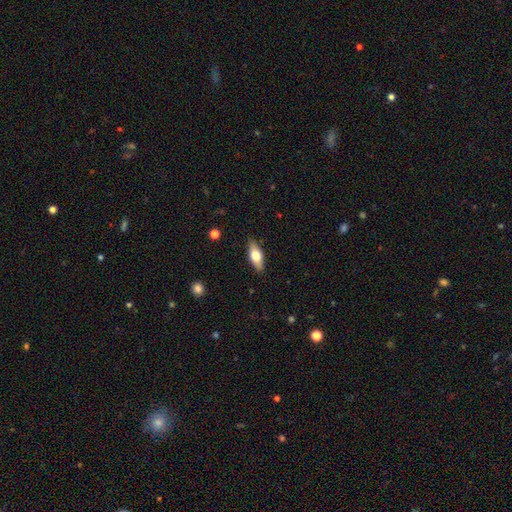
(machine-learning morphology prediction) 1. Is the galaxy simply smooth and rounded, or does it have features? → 59% smooth, 35% featured or disk, 6% star or artifact.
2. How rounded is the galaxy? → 73% in between, 24% cigar-shaped, 3% round.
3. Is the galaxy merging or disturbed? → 88% none, 9% minor disturbance, 2% major disturbance, 1% merger.